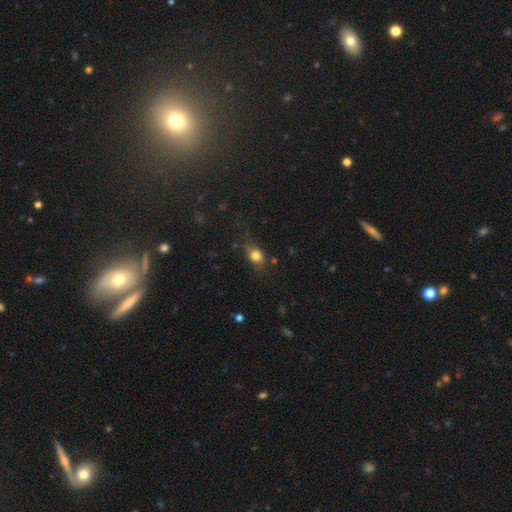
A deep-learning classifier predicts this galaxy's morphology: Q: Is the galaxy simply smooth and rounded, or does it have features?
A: smooth — 79%.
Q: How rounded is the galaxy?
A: in between — 56%.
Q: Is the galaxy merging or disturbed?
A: none — 61%.